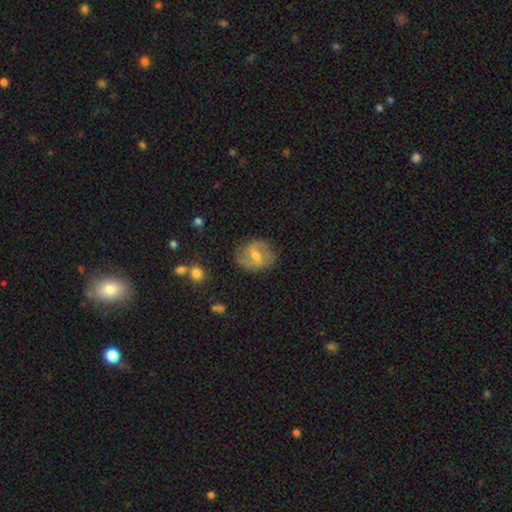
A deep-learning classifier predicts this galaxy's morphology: A featured or disk galaxy (68%) with a weak bar (52%), 2 (81%) medium (45%) spiral arms (84%) and a moderate central bulge (56%).

Vote fractions:
- Smooth or featured? featured or disk: 68% / smooth: 24% / star or artifact: 8%
- Edge-on disk? no: 96% / yes: 4%
- Bar? weak: 52% / strong: 29% / no: 19%
- Spiral arms? yes: 84% / no: 16%
- Spiral winding? medium: 45% / loose: 32% / tight: 23%
- Spiral arm count? 2: 81% / can't tell: 11% / 1: 3% / 3: 2% / 4: 1% / more than 4: 1%
- Bulge size? moderate: 56% / small: 39% / large: 2% / none: 2% / dominant: 1%
- Merging? none: 76% / minor disturbance: 16% / major disturbance: 6% / merger: 2%